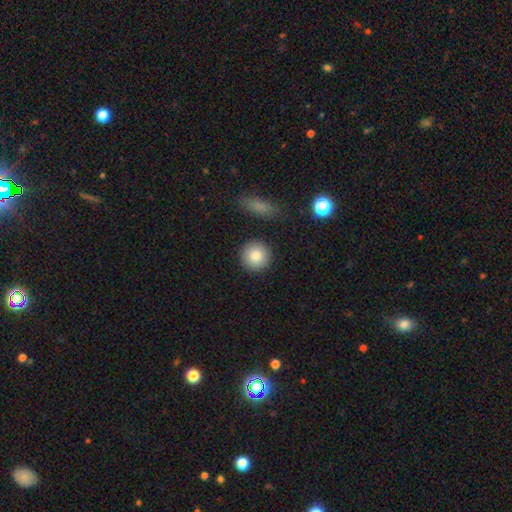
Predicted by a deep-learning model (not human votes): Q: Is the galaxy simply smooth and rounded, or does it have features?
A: smooth — 86%.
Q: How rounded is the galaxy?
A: round — 94%.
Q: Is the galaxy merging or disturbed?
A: none — 90%.